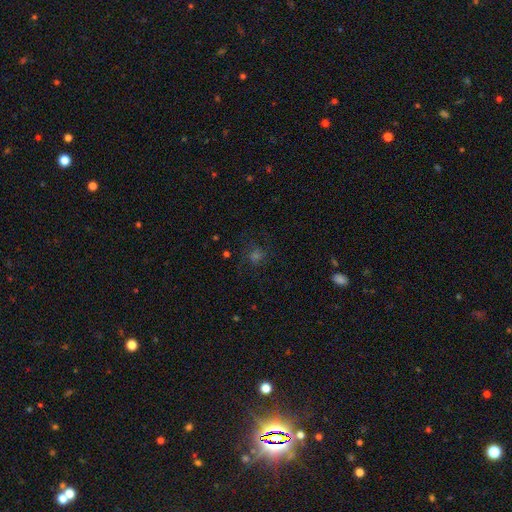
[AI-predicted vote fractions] Smooth or featured? Predicted: smooth (p=0.40). Merging? Predicted: none (p=0.71).